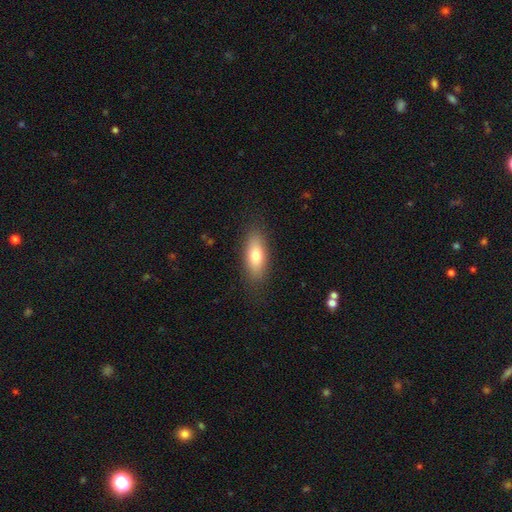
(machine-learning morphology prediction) smooth_or_featured: smooth (p=0.75) [alt: featured or disk p=0.18]
how_rounded: in between (p=0.74) [alt: cigar-shaped p=0.22]
merging: none (p=0.85) [alt: minor disturbance p=0.11]